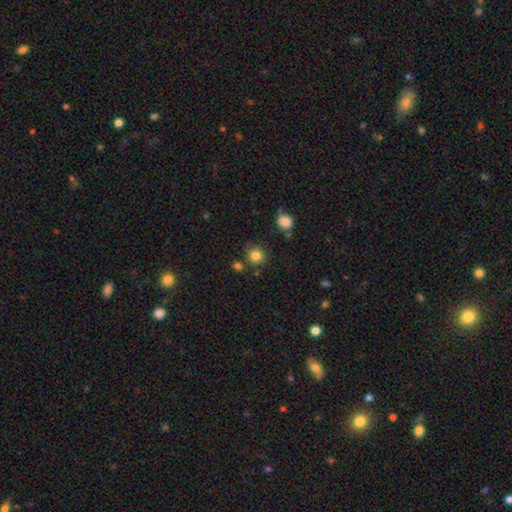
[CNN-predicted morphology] The model was most divided on "merging": none: 78%, minor disturbance: 11%, merger: 8%, major disturbance: 4%. More confident: how rounded — round (88%); smooth or featured — smooth (83%).